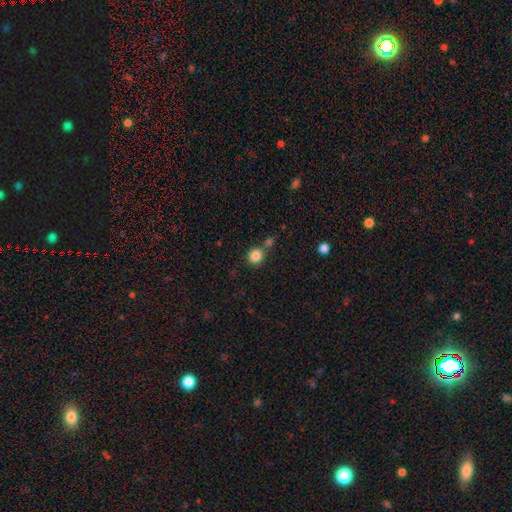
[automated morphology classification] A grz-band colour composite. It shows a smooth galaxy with no disk features (85%) that is round (88%). Merging: none (71%).